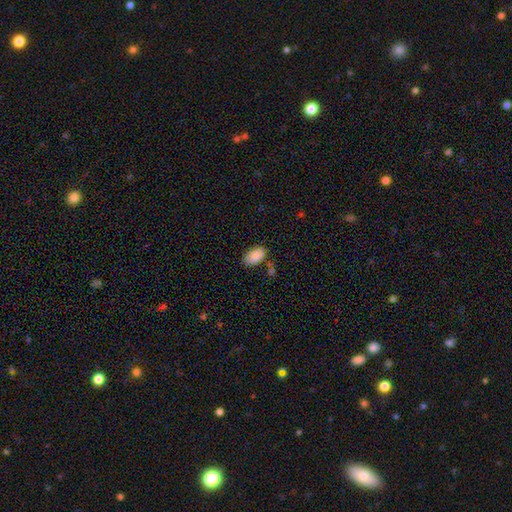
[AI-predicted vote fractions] This appears to be a smooth galaxy with no disk features (89%) that is in between round and cigar-shaped (94%). Merging: none (74%).